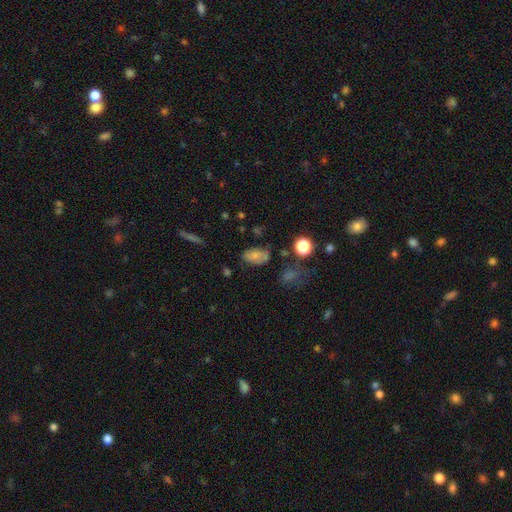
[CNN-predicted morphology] A smooth galaxy with no disk features (73%) that is in between round and cigar-shaped (89%). Merging: none (67%).